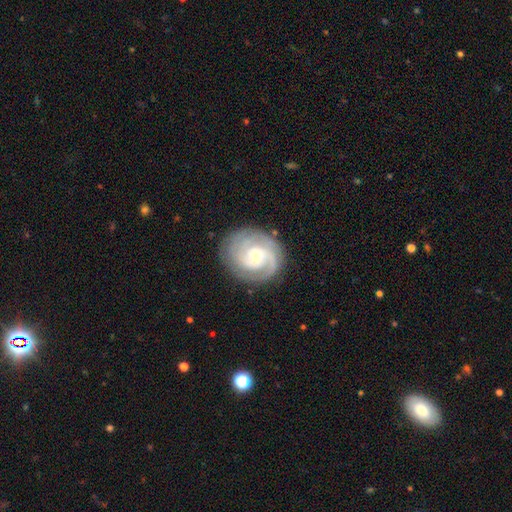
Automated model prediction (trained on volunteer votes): Smooth or featured? Predicted: featured or disk (p=0.86). Edge-on disk? Predicted: no (p=0.98). Bar? Predicted: weak (p=0.49). Spiral arms? Predicted: yes (p=0.97). Spiral winding? Predicted: tight (p=0.56). Spiral arm count? Predicted: 2 (p=0.36). Bulge size? Predicted: small (p=0.56). Merging? Predicted: none (p=0.81).